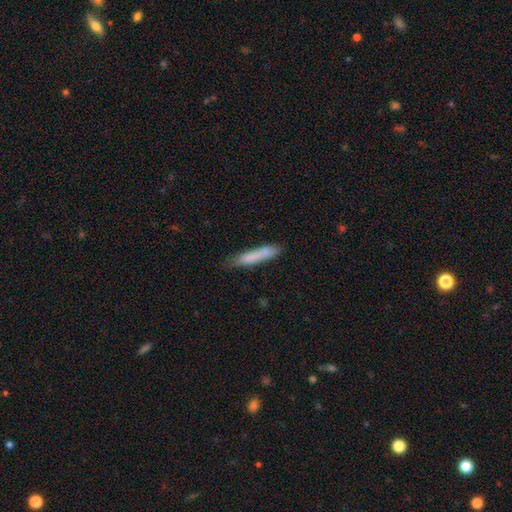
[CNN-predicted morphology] This appears to be a smooth galaxy with no disk features (78%) that is cigar-shaped (91%). Merging: none (73%).